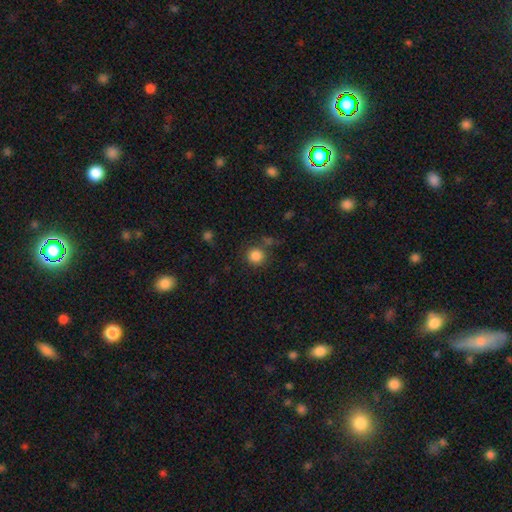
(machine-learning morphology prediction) This appears to be a smooth galaxy with no disk features (85%) that is round (93%). Merging: none (79%).